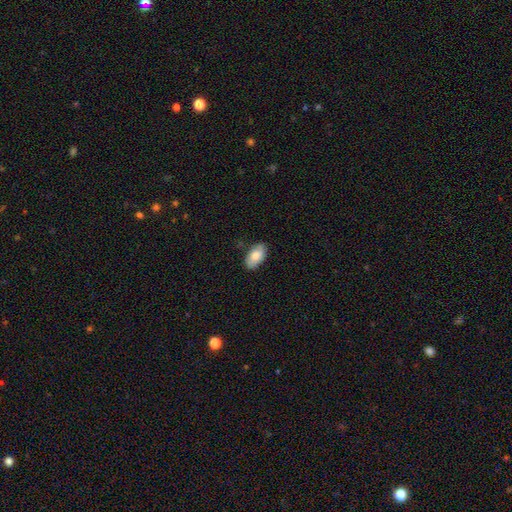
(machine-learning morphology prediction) This is likely a smooth galaxy (77%). How rounded: clearly in between (94%). Merging: likely none (79%).